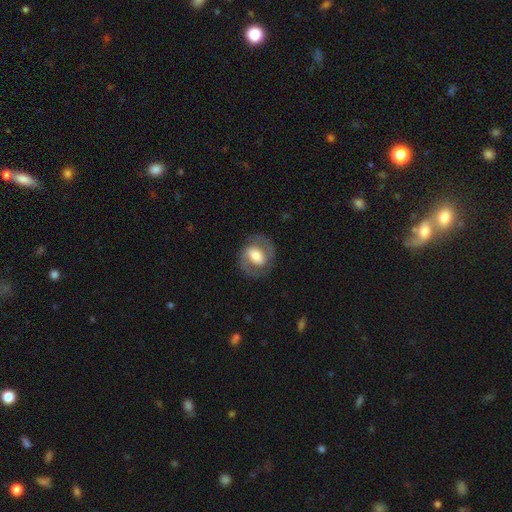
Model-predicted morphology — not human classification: Smooth or featured? Predicted: featured or disk (p=0.64). Edge-on disk? Predicted: no (p=0.96). Bar? Predicted: weak (p=0.39). Spiral arms? Predicted: yes (p=0.77). Bulge size? Predicted: moderate (p=0.43). Merging? Predicted: none (p=0.79).